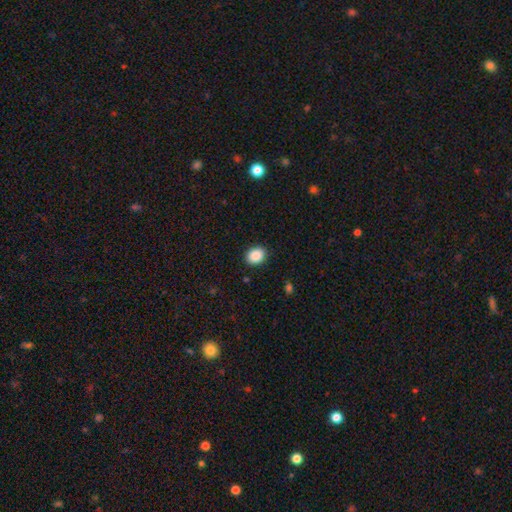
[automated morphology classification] A smooth galaxy with no disk features (89%) that is round (51%).

Vote fractions:
- Smooth or featured? smooth: 89% / star or artifact: 8% / featured or disk: 3%
- How rounded? round: 51% / in between: 48% / cigar-shaped: 1%
- Merging? none: 90% / minor disturbance: 7% / major disturbance: 2% / merger: 1%